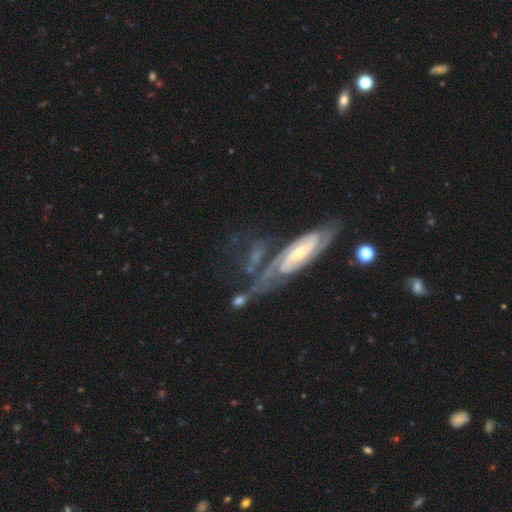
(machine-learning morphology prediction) Smooth or featured? Predicted: featured or disk (p=0.78). Edge-on disk? Predicted: no (p=0.85). Bar? Predicted: no (p=0.50). Spiral arms? Predicted: yes (p=0.91). Spiral winding? Predicted: tight (p=0.53). Spiral arm count? Predicted: 2 (p=0.57). Bulge size? Predicted: small (p=0.65). Merging? Predicted: none (p=0.48).